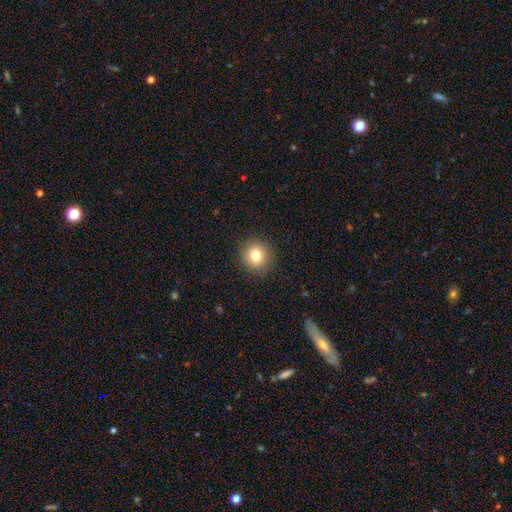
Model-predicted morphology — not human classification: Q: Smooth or featured?
A: smooth (80%); runner-up: star or artifact (11%)
Q: How rounded?
A: round (89%); runner-up: in between (10%)
Q: Merging?
A: none (90%); runner-up: minor disturbance (7%)